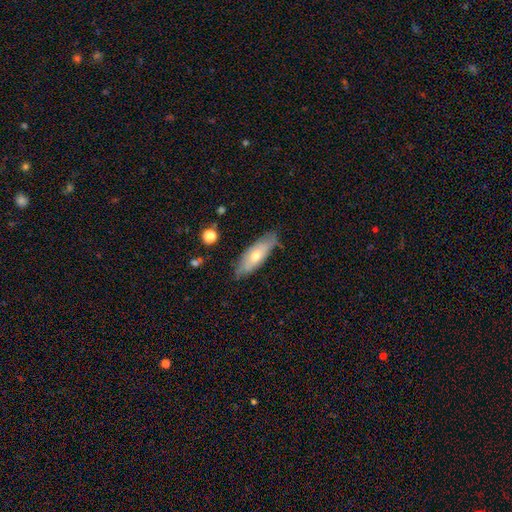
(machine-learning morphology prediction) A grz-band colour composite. It shows a smooth galaxy with no disk features (55%) that is in between round and cigar-shaped (60%). Merging: none (74%).